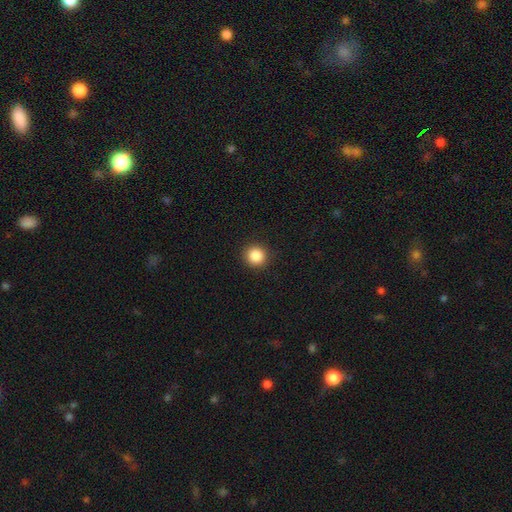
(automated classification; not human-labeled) Overall: smooth (87%). How rounded: round (92%). Merging: none (92%).